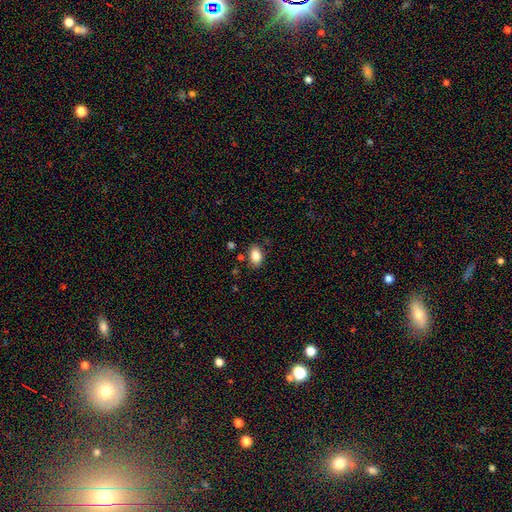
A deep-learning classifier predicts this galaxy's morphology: Smooth or featured? smooth (85%)
How rounded? in between (83%)
Merging? none (80%)